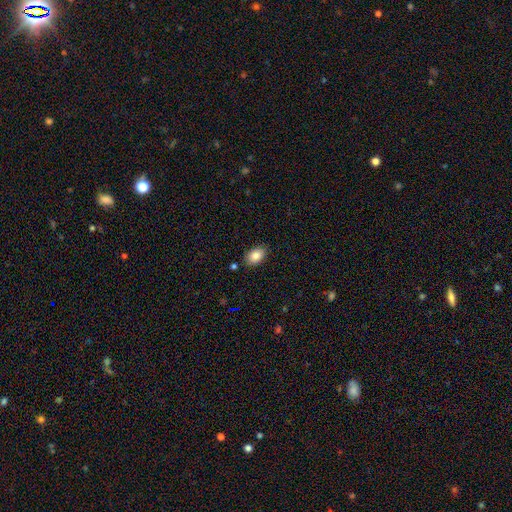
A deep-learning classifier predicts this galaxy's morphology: A smooth galaxy with no disk features (85%) that is in between round and cigar-shaped (88%). Merging: none (86%).